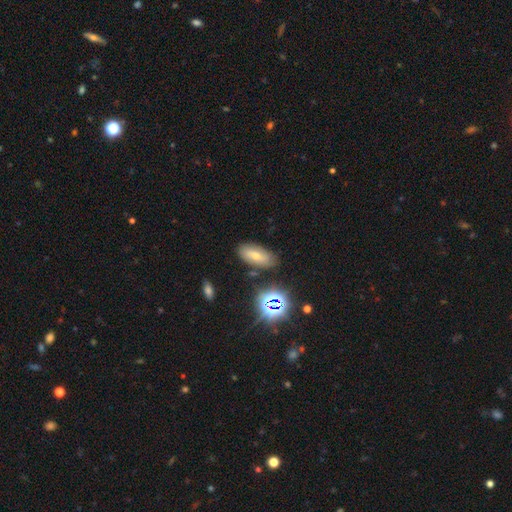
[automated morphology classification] This appears to be a smooth galaxy with no disk features (44%). Merging: none (82%).